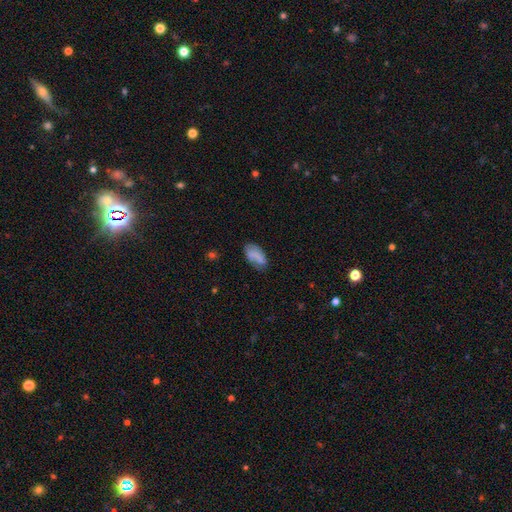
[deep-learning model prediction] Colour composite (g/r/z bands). It shows a smooth galaxy with no disk features (72%) that is in between round and cigar-shaped (93%). Merging: none (62%).